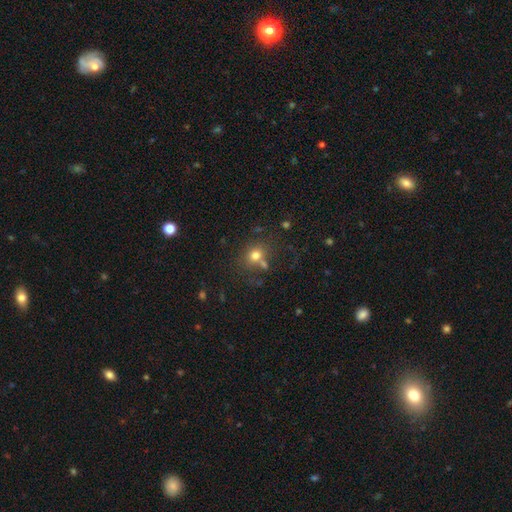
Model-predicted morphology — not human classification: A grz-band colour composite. It shows a smooth galaxy with no disk features (73%) that is round (69%). Merging: none (60%).